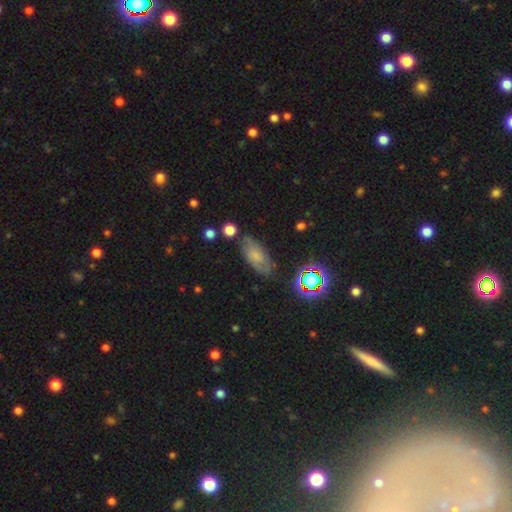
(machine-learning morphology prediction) smooth 52%, featured or disk 34%, star or artifact 15%. Down the decision tree: how rounded — in between (86%); merging — none (70%).